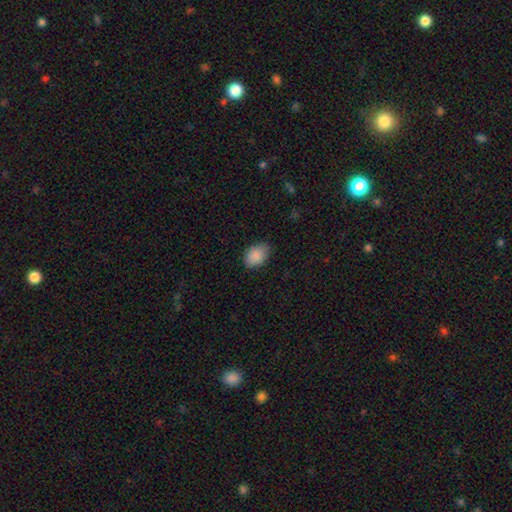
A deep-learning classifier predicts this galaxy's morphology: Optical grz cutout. It shows a smooth galaxy with no disk features (88%) that is in between round and cigar-shaped (85%). Merging: none (83%).